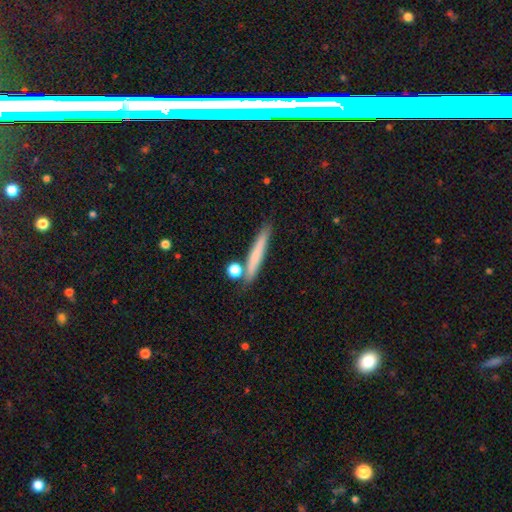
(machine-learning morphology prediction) Smooth or featured? Predicted: smooth (p=0.66). How rounded? Predicted: cigar-shaped (p=0.93). Merging? Predicted: none (p=0.78).